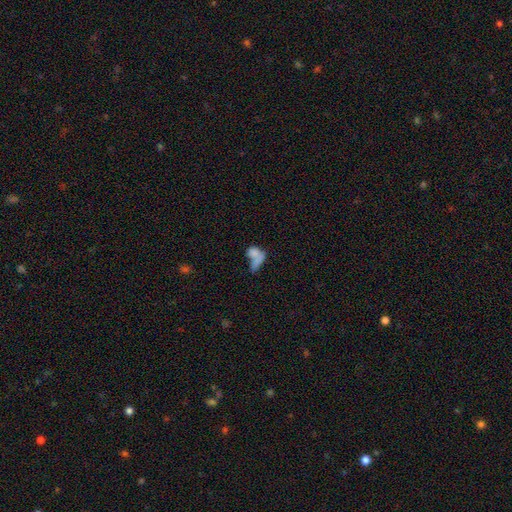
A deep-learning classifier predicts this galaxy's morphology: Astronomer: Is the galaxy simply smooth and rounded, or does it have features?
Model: smooth — 69%.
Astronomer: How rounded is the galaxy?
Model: in between — 73%.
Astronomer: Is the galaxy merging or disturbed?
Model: merger — 47%.